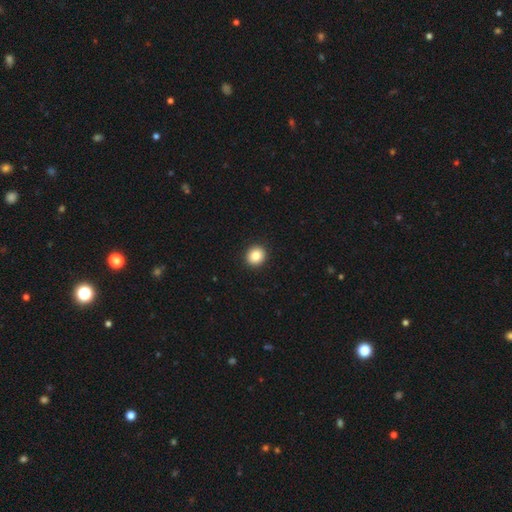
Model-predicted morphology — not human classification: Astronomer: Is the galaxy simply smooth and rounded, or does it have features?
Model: smooth — 85%.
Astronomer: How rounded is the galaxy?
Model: round — 87%.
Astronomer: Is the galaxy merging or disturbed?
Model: none — 93%.